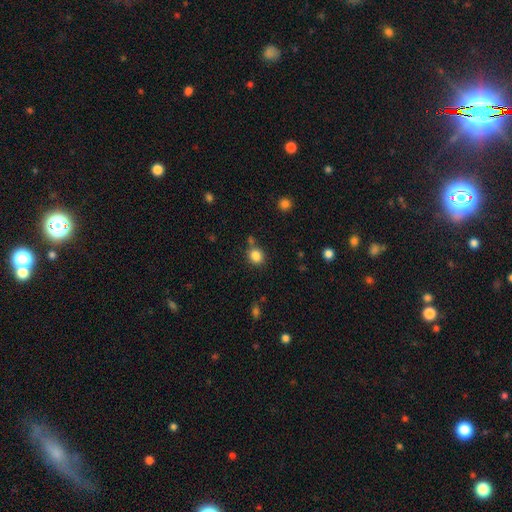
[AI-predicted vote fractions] smooth 84%, star or artifact 11%, featured or disk 4%. Down the decision tree: how rounded — round (77%); merging — none (77%).